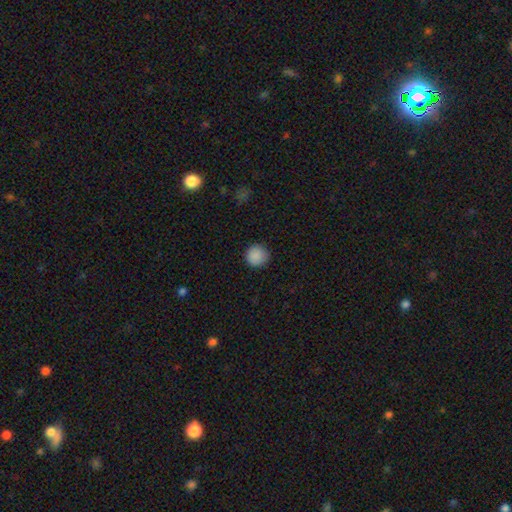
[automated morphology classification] type=smooth (88%); roundness=round (95%); merging=none (90%).